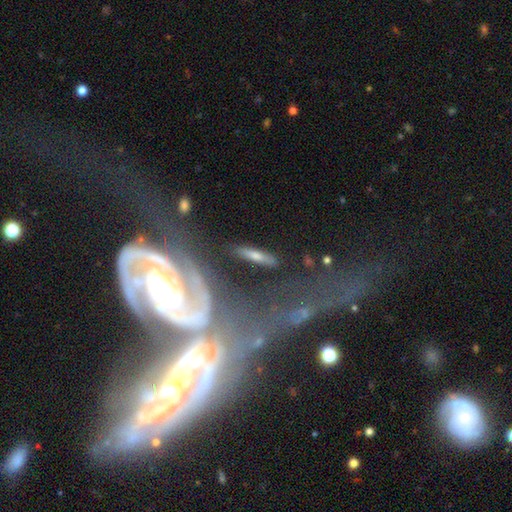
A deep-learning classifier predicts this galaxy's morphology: Smooth or featured?
  - smooth: 61% *
  - featured or disk: 31%
  - star or artifact: 8%
How rounded?
  - cigar-shaped: 80% *
  - in between: 16%
  - round: 3%
Merging?
  - none: 80% *
  - minor disturbance: 12%
  - major disturbance: 4%
  - merger: 4%